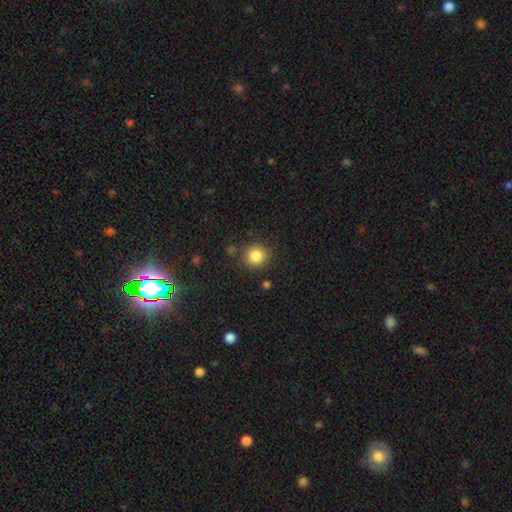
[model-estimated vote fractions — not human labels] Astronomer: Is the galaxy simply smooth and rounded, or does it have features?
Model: smooth — 85%.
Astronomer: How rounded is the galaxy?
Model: round — 91%.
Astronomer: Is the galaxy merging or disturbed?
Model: none — 84%.